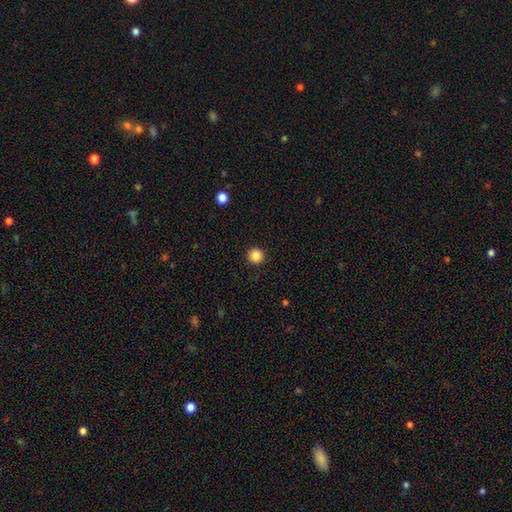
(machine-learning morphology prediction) smooth-or-featured: smooth: 87% | star or artifact: 10% | featured or disk: 3%
  how-rounded: round: 95% | in between: 4% | cigar-shaped: 1%
  merging: none: 93% | minor disturbance: 4% | major disturbance: 2% | merger: 1%